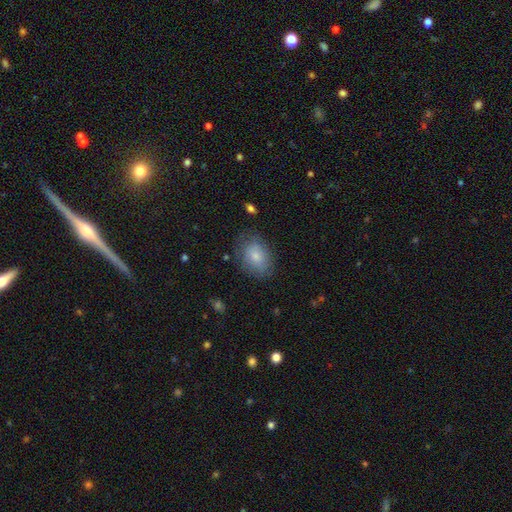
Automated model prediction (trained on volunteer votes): smooth_or_featured: smooth (p=0.79) [alt: featured or disk p=0.13]
how_rounded: in between (p=0.72) [alt: round p=0.26]
merging: none (p=0.71) [alt: minor disturbance p=0.20]